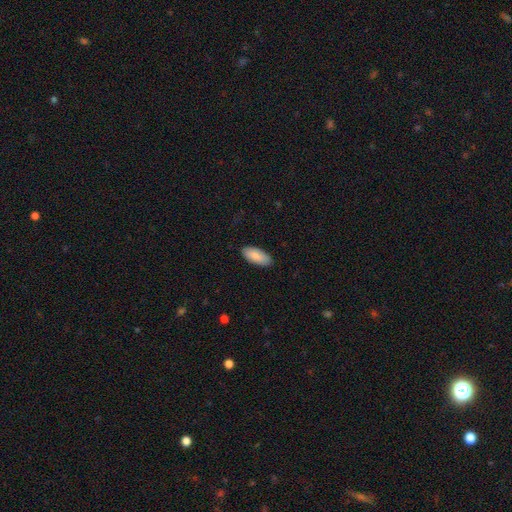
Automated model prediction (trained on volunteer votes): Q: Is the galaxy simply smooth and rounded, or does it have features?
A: smooth — 85%.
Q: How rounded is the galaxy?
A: in between — 88%.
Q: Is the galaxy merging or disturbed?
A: none — 87%.